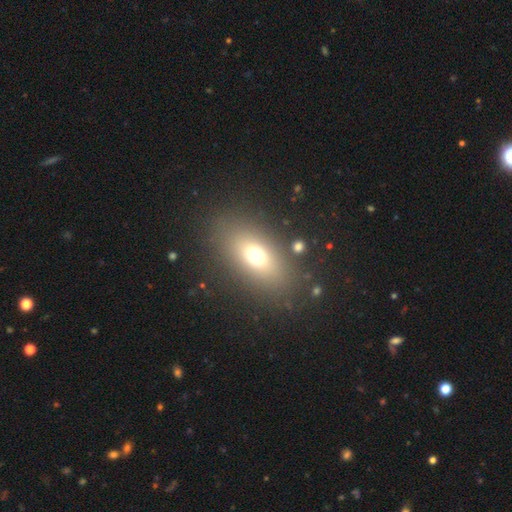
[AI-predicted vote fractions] Smooth or featured? Predicted: smooth (p=0.68). How rounded? Predicted: in between (p=0.77). Merging? Predicted: none (p=0.83).